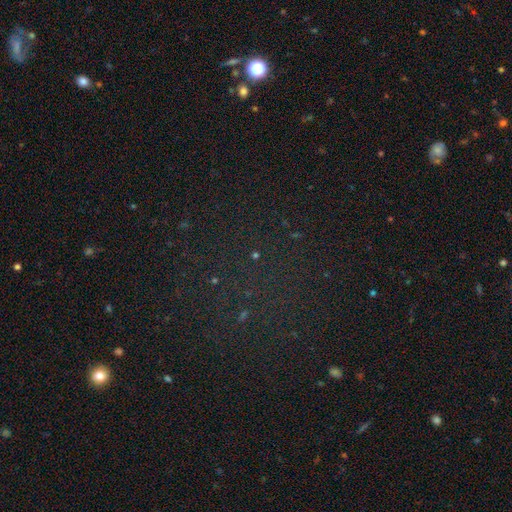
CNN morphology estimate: Q: Smooth or featured?
A: star or artifact (73%); runner-up: smooth (19%)